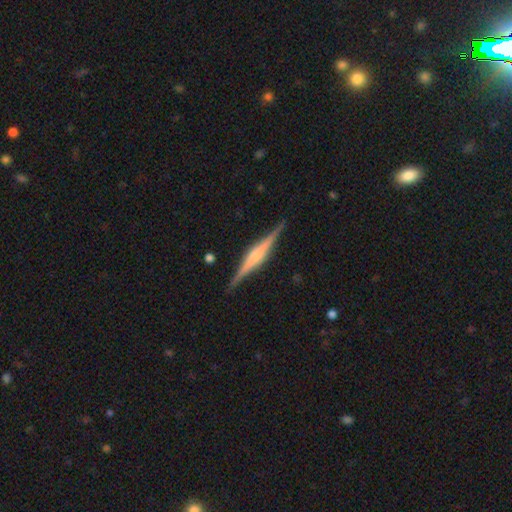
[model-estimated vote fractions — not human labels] The model was most divided on "edge-on bulge": rounded: 56%, boxy: 35%, none: 9%. More confident: edge-on disk — yes (98%); merging — none (90%); smooth or featured — featured or disk (79%).